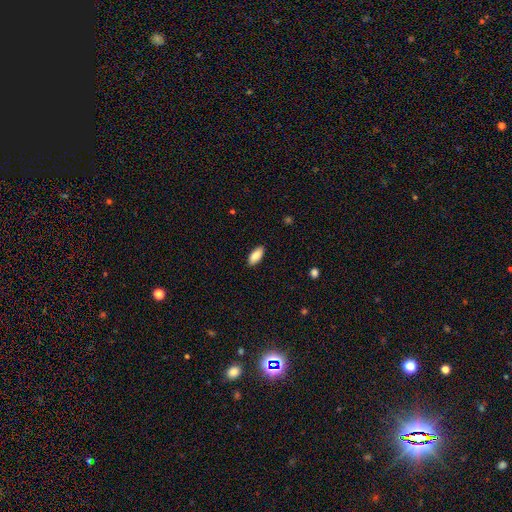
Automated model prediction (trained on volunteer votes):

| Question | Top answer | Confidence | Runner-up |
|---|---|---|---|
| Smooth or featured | smooth | 87% | featured or disk (7%) |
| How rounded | in between | 88% | cigar-shaped (10%) |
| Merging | none | 89% | minor disturbance (8%) |